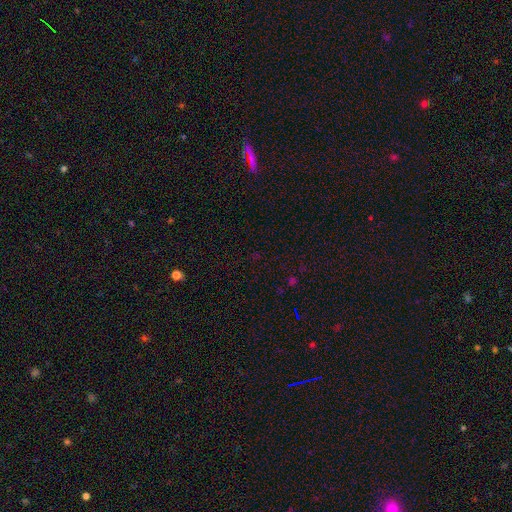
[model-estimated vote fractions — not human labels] Smooth or featured? star or artifact (68%)